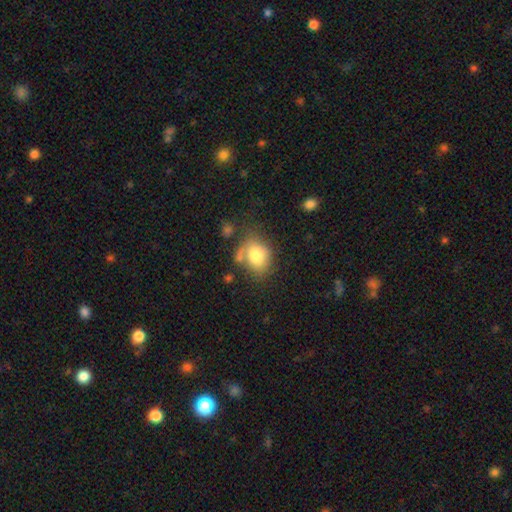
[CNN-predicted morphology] The model was most divided on "how rounded": in between: 53%, round: 46%, cigar-shaped: 1%. More confident: smooth or featured — smooth (76%); merging — none (51%).